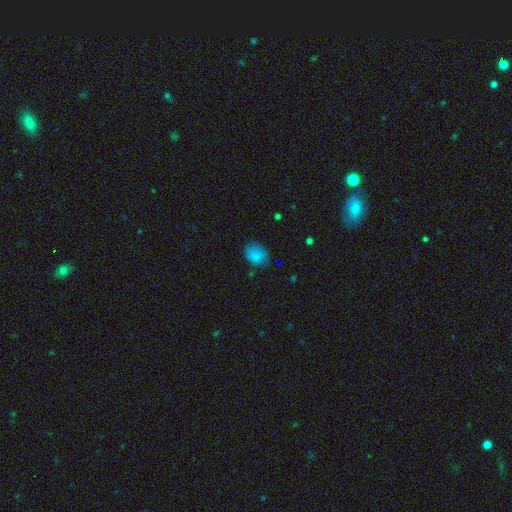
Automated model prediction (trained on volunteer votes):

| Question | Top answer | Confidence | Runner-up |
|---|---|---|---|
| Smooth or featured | smooth | 80% | star or artifact (10%) |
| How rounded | in between | 66% | round (33%) |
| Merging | none | 62% | minor disturbance (27%) |